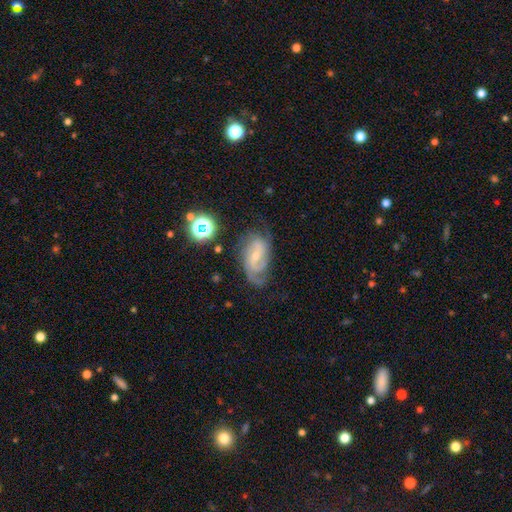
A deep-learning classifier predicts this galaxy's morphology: Smooth or featured?
  - featured or disk: 82% *
  - smooth: 10%
  - star or artifact: 8%
Edge-on disk?
  - no: 96% *
  - yes: 4%
Bar?
  - weak: 47% *
  - no: 38%
  - strong: 15%
Spiral arms?
  - yes: 96% *
  - no: 4%
Spiral winding?
  - medium: 44% *
  - tight: 42%
  - loose: 14%
Spiral arm count?
  - 2: 42% *
  - 3: 22%
  - can't tell: 21%
  - 1: 7%
  - 4: 4%
  - more than 4: 3%
Bulge size?
  - small: 62% *
  - moderate: 33%
  - none: 3%
  - large: 1%
  - dominant: 1%
Merging?
  - none: 62% *
  - minor disturbance: 23%
  - major disturbance: 13%
  - merger: 2%